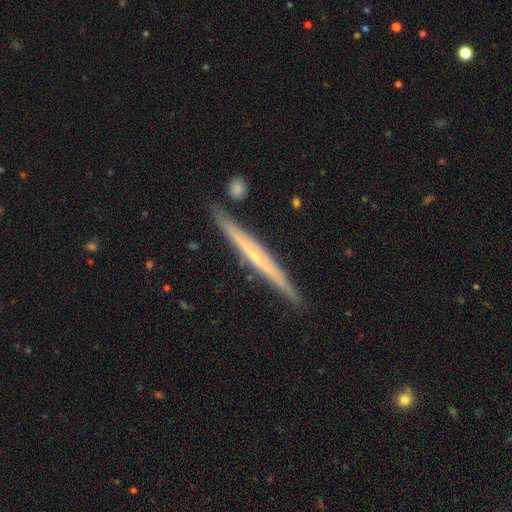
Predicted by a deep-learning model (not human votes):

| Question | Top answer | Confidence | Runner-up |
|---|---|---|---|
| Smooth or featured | featured or disk | 69% | smooth (26%) |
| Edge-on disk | yes | 97% | no (3%) |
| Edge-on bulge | none | 65% | rounded (29%) |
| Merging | none | 87% | minor disturbance (8%) |